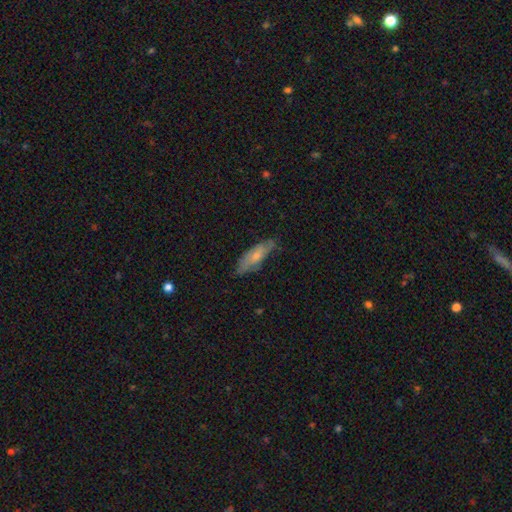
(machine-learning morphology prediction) Smooth or featured: smooth — 61% (featured or disk — 33%)
How rounded: in between — 58% (cigar-shaped — 40%)
Merging: none — 64% (minor disturbance — 28%)